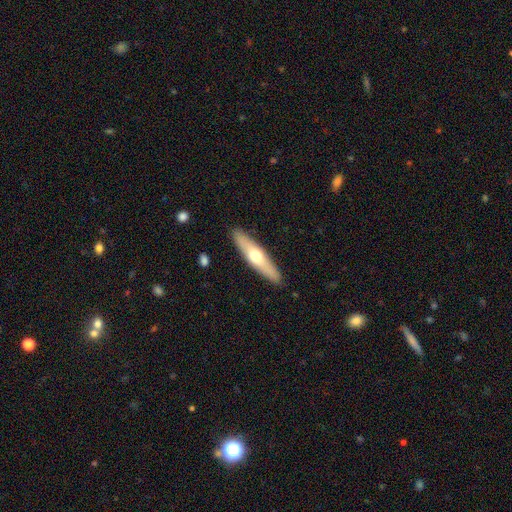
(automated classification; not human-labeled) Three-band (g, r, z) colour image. It shows a featured or disk galaxy (48%). Merging: none (91%).